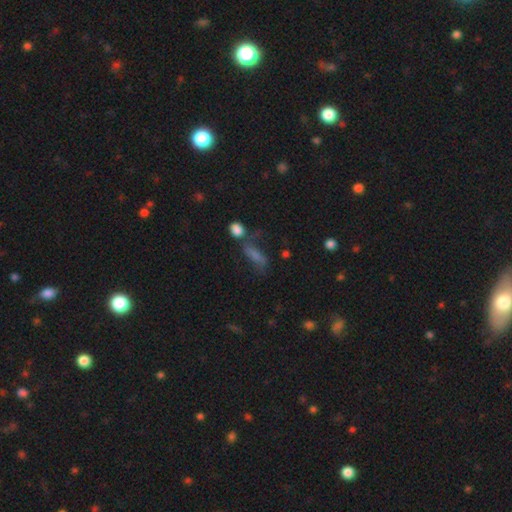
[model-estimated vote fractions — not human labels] smooth 55%, featured or disk 25%, star or artifact 20%. Down the decision tree: how rounded — in between (52%); merging — none (44%).